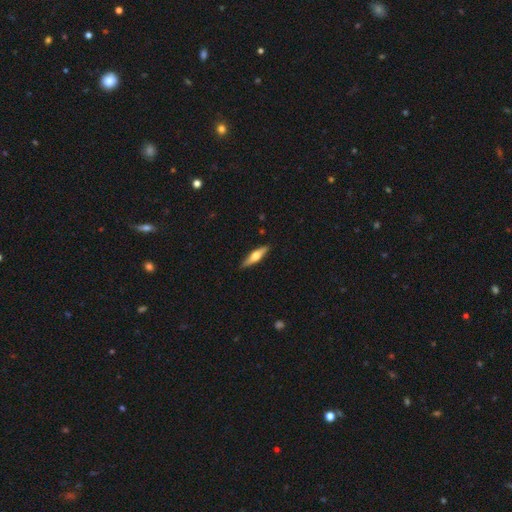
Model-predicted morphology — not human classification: Smooth or featured?
  - featured or disk: 55% *
  - smooth: 40%
  - star or artifact: 5%
Edge-on disk?
  - yes: 95% *
  - no: 5%
Edge-on bulge?
  - rounded: 93% *
  - boxy: 5%
  - none: 3%
Merging?
  - none: 90% *
  - minor disturbance: 8%
  - major disturbance: 2%
  - merger: 1%